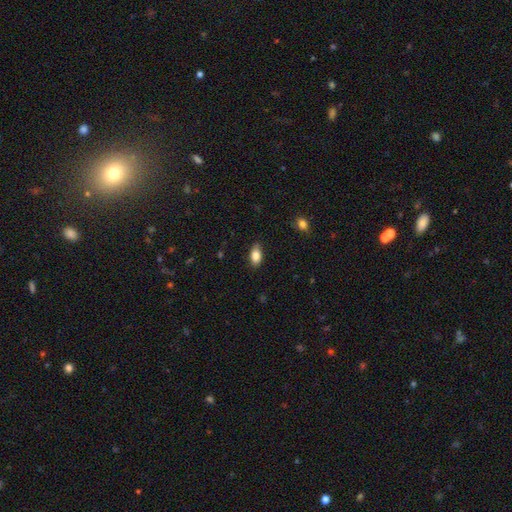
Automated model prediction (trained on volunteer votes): This is clearly a smooth galaxy (83%). How rounded: clearly in between (90%). Merging: clearly none (82%).